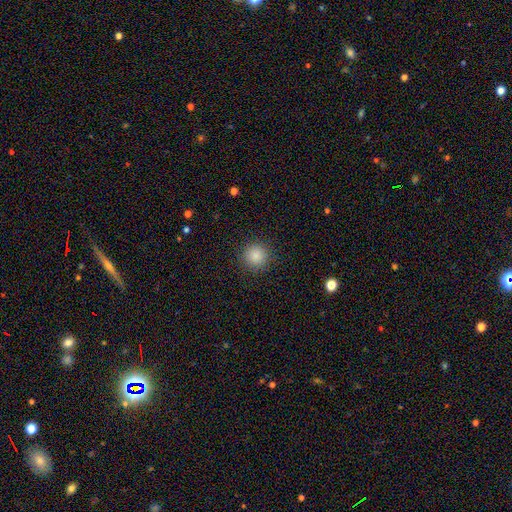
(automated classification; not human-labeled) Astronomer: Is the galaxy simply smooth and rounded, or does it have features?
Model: smooth — 86%.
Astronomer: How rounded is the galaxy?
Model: round — 94%.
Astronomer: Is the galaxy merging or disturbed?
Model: none — 90%.